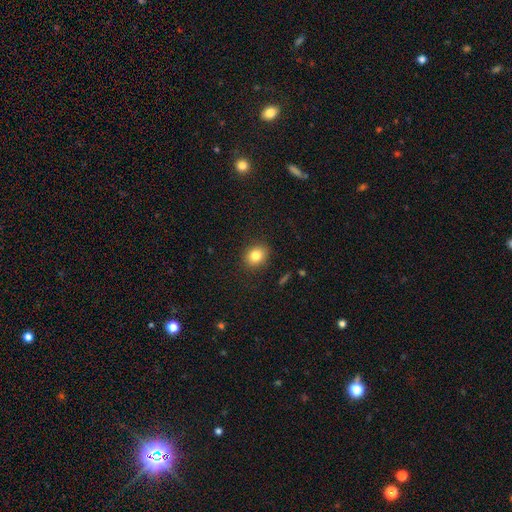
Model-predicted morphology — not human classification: smooth_or_featured: smooth (p=0.82) [alt: star or artifact p=0.10]
how_rounded: round (p=0.58) [alt: in between p=0.41]
merging: none (p=0.89) [alt: minor disturbance p=0.08]